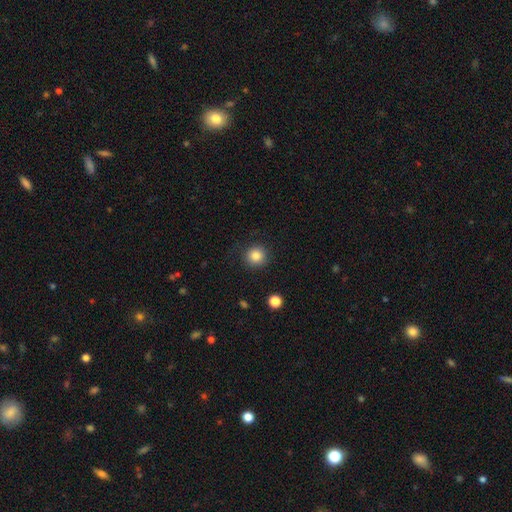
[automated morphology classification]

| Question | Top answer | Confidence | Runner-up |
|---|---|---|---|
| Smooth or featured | smooth | 83% | star or artifact (11%) |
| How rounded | round | 94% | in between (5%) |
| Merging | none | 89% | minor disturbance (7%) |